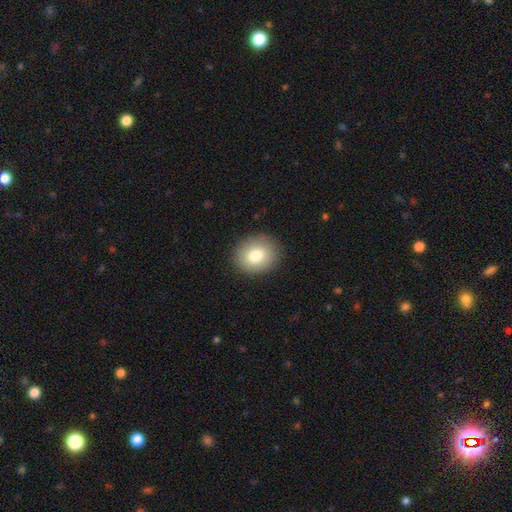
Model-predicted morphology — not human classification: Smooth or featured? Predicted: smooth (p=0.80). How rounded? Predicted: round (p=0.63). Merging? Predicted: none (p=0.89).